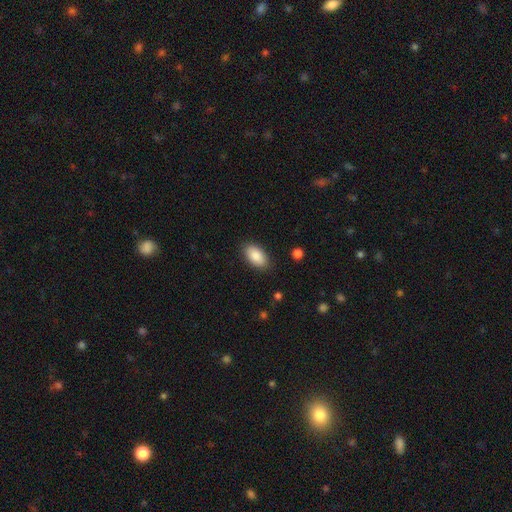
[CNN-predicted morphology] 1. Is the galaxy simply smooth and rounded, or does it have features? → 87% smooth, 6% star or artifact, 6% featured or disk.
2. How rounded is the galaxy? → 94% in between, 4% round, 2% cigar-shaped.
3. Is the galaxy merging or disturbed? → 87% none, 9% minor disturbance, 2% major disturbance, 1% merger.